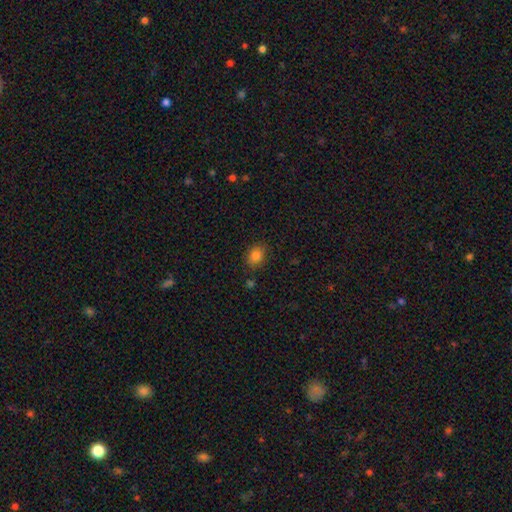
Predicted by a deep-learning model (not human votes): Morphology: type=smooth (83%); roundness=round (50%); merging=none (83%).